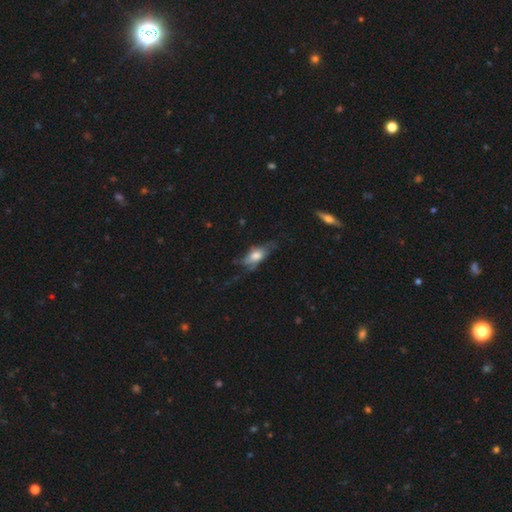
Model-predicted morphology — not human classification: smooth-or-featured: smooth: 53% | featured or disk: 39% | star or artifact: 9%
  how-rounded: in between: 81% | cigar-shaped: 13% | round: 6%
  merging: none: 41% | major disturbance: 29% | minor disturbance: 27% | merger: 3%